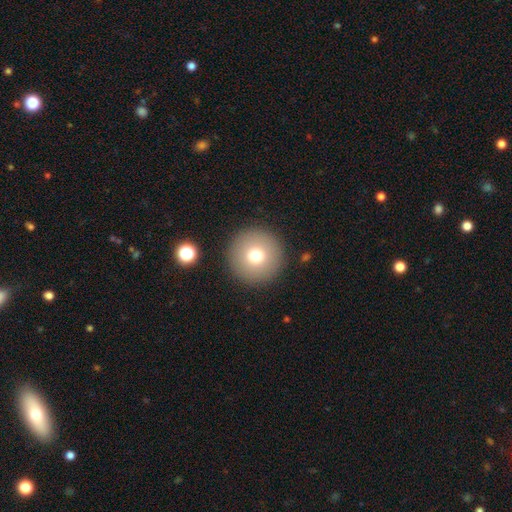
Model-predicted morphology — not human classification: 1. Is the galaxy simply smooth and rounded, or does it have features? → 73% smooth, 15% featured or disk, 12% star or artifact.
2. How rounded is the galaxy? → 97% round, 2% in between, 1% cigar-shaped.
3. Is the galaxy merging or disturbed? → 91% none, 5% minor disturbance, 2% major disturbance, 2% merger.